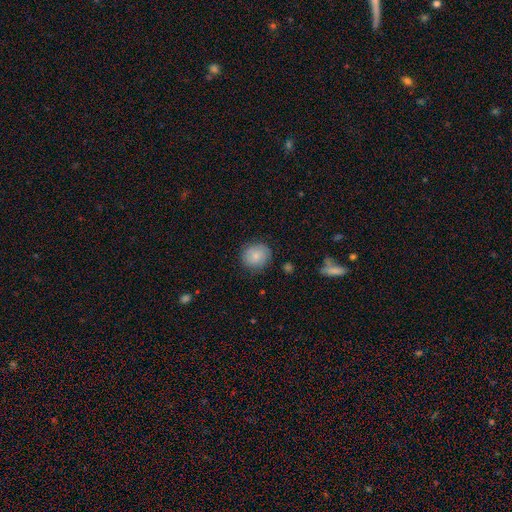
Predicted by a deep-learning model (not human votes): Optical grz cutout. It shows a smooth galaxy with no disk features (79%) that is round (84%). Merging: none (81%).